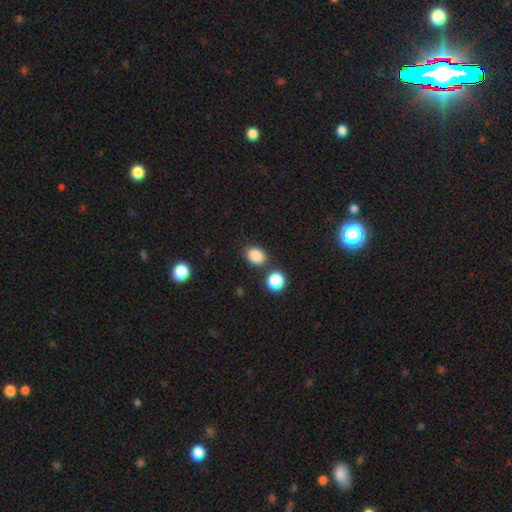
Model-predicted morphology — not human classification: This appears to be a smooth galaxy with no disk features (86%) that is in between round and cigar-shaped (63%). Merging: none (79%).